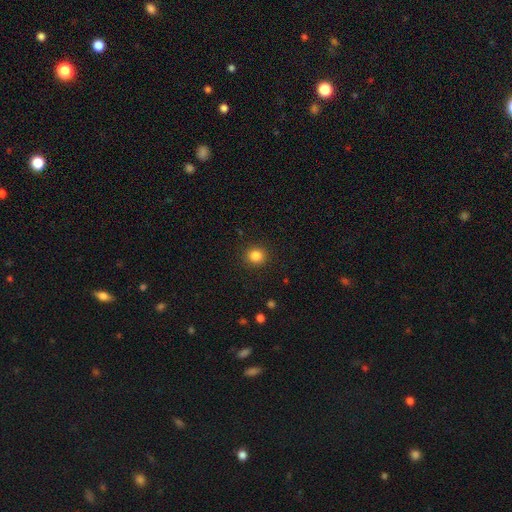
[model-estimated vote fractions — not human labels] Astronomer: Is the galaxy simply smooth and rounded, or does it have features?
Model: smooth — 84%.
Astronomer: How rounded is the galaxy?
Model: round — 87%.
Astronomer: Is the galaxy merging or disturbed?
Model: none — 91%.